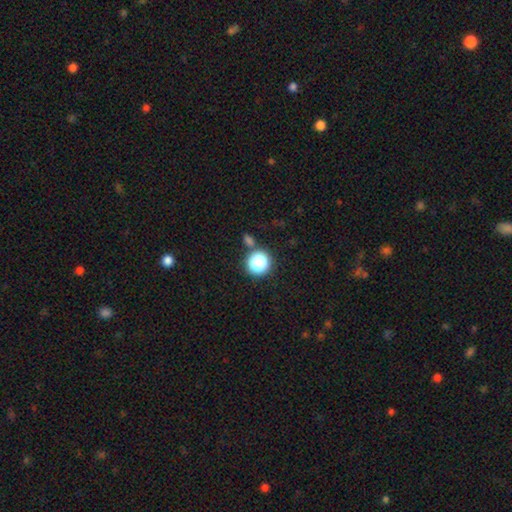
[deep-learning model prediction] Smooth or featured: star or artifact — 47% (tied with smooth — 47%)